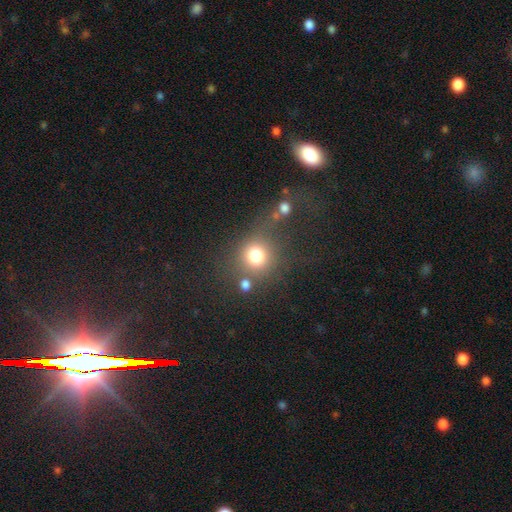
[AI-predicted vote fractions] smooth-or-featured: smooth: 76% | star or artifact: 15% | featured or disk: 9%
  how-rounded: round: 87% | in between: 12% | cigar-shaped: 1%
  merging: none: 62% | merger: 16% | minor disturbance: 13% | major disturbance: 10%